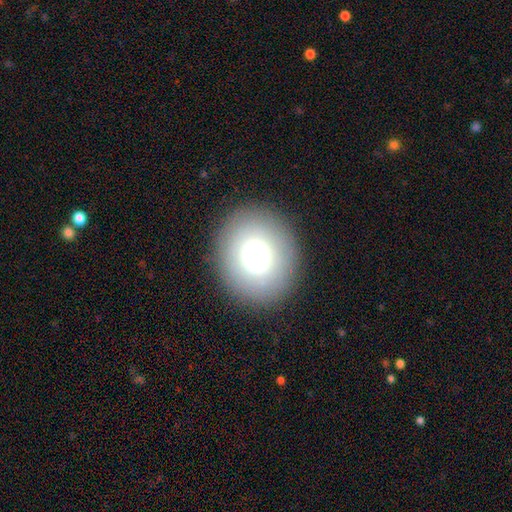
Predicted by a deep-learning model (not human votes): Smooth or featured?
  - smooth: 69% *
  - featured or disk: 17%
  - star or artifact: 14%
How rounded?
  - round: 76% *
  - in between: 23%
  - cigar-shaped: 1%
Merging?
  - none: 86% *
  - minor disturbance: 8%
  - major disturbance: 4%
  - merger: 1%